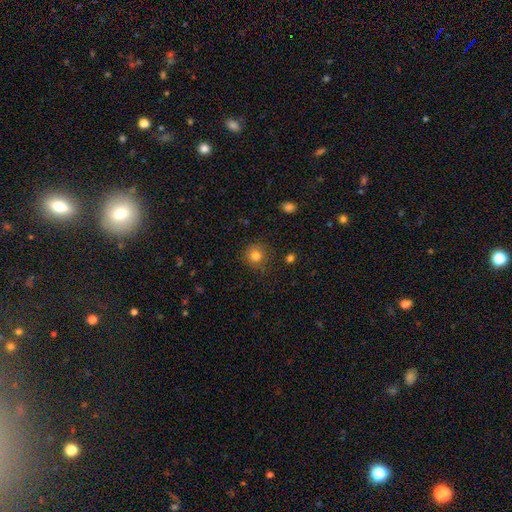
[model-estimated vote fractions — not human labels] A smooth galaxy with no disk features (81%) that is round (91%). Merging: none (83%).